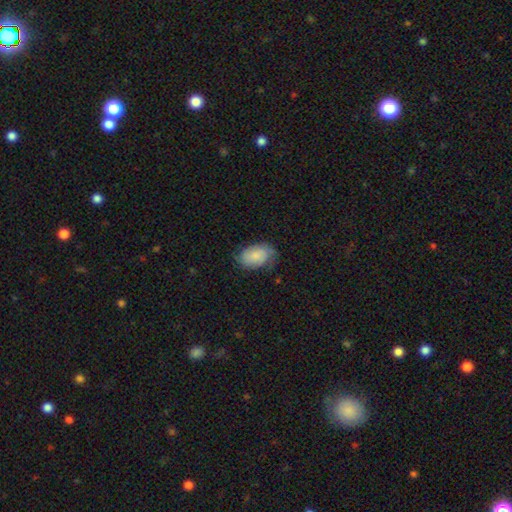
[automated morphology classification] smooth_or_featured: smooth (p=0.68) [alt: featured or disk p=0.25]
how_rounded: in between (p=0.89) [alt: round p=0.10]
merging: none (p=0.61) [alt: minor disturbance p=0.28]